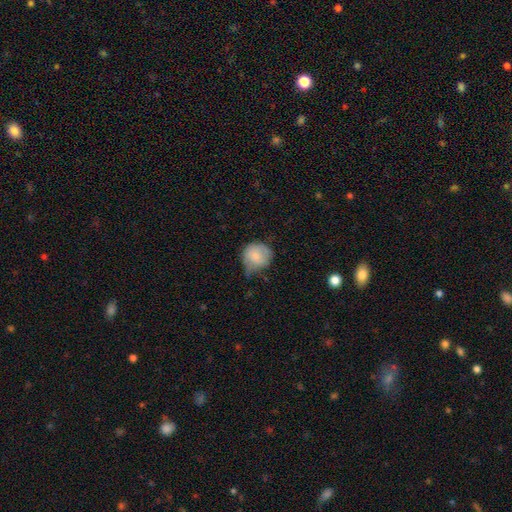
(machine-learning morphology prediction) smooth_or_featured: smooth (p=0.78) [alt: featured or disk p=0.15]
how_rounded: round (p=0.86) [alt: in between p=0.13]
merging: minor disturbance (p=0.45) [alt: none p=0.36]